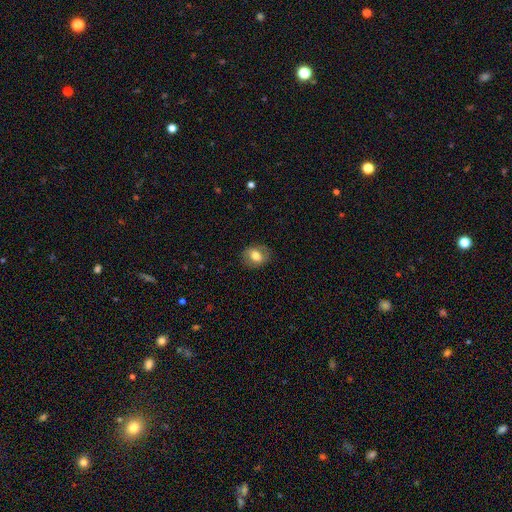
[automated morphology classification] smooth 68%, featured or disk 23%, star or artifact 8%. Down the decision tree: how rounded — in between (52%); merging — none (83%).